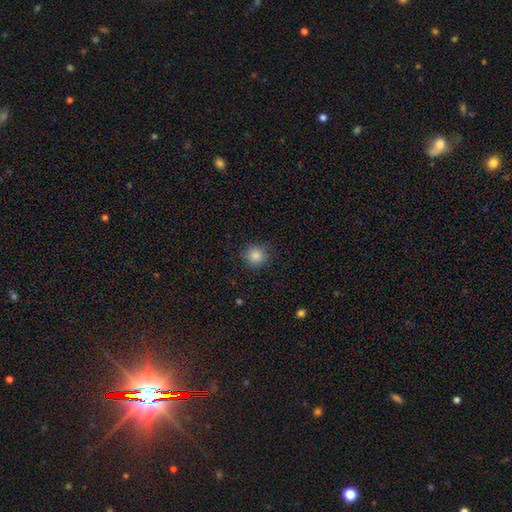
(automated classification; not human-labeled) smooth-or-featured: smooth: 86% | star or artifact: 10% | featured or disk: 3%
  how-rounded: round: 92% | in between: 7% | cigar-shaped: 1%
  merging: none: 89% | minor disturbance: 8% | major disturbance: 2% | merger: 1%